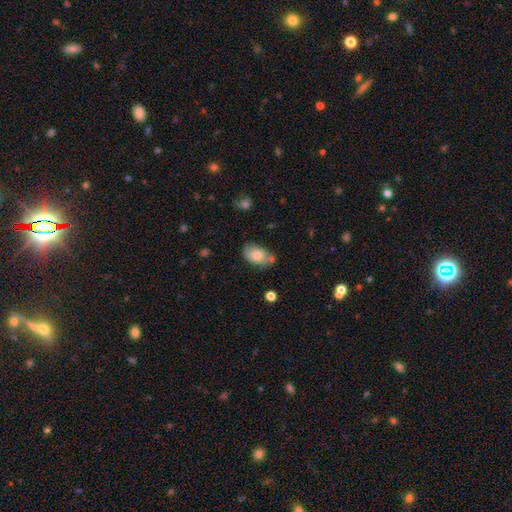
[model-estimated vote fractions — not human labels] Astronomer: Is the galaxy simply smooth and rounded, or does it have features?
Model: smooth — 76%.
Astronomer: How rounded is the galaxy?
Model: in between — 89%.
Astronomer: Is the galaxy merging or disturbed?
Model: none — 58%.